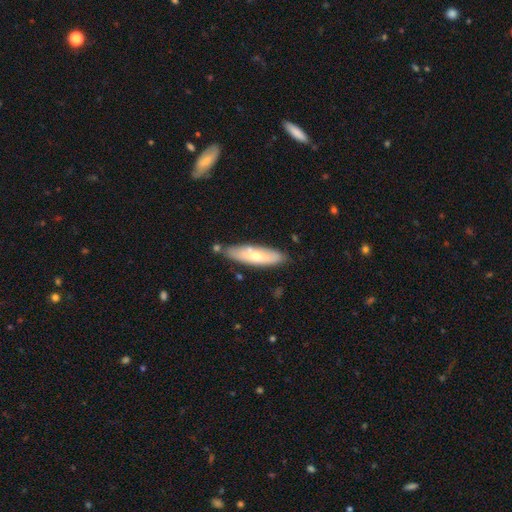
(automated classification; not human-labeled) Overall: smooth (50%; featured or disk 41%). Merging: none (80%).